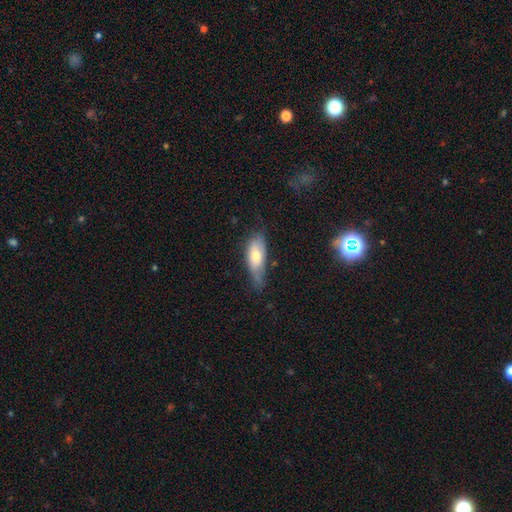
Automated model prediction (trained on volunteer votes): A smooth galaxy with no disk features (63%) that is in between round and cigar-shaped (73%). Merging: none (46%).